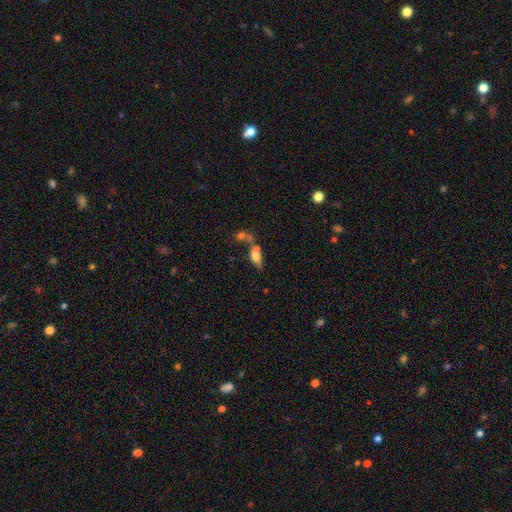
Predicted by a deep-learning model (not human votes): The model was most divided on "merging": merger: 40%, none: 37%, minor disturbance: 14%, major disturbance: 9%. More confident: how rounded — in between (74%); smooth or featured — smooth (62%).